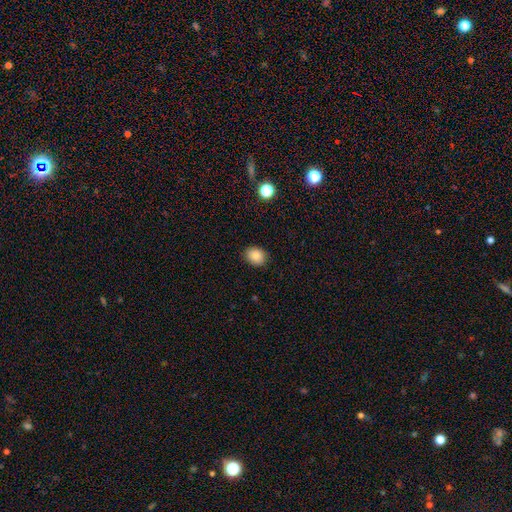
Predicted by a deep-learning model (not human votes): Smooth or featured: smooth — 86% (star or artifact — 9%)
How rounded: round — 55% (in between — 45%)
Merging: none — 88% (minor disturbance — 9%)